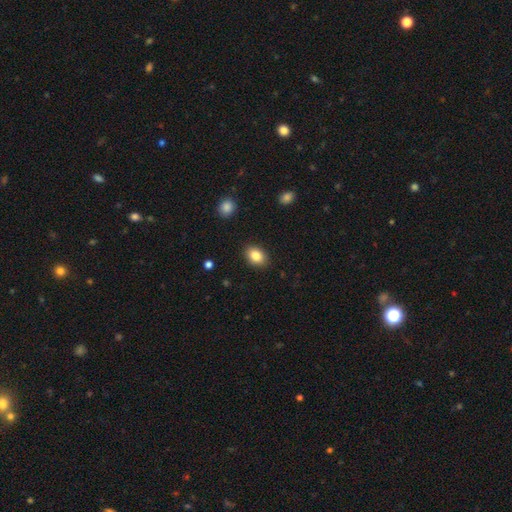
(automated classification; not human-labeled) This is clearly a smooth galaxy (86%). How rounded: likely in between (78%). Merging: clearly none (88%).